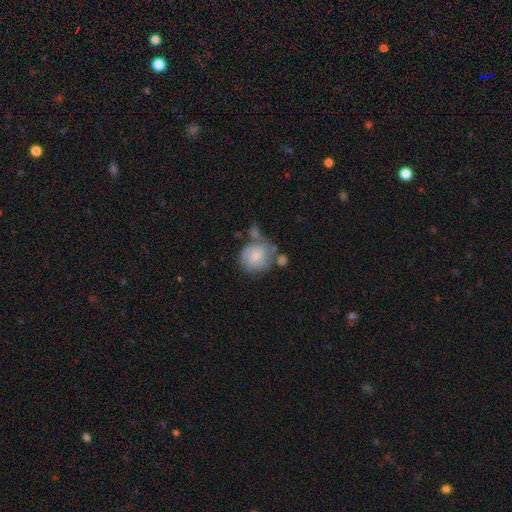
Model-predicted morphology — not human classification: smooth_or_featured: smooth (p=0.67) [alt: featured or disk p=0.26]
how_rounded: round (p=0.75) [alt: in between p=0.24]
merging: none (p=0.41) [alt: minor disturbance p=0.23]